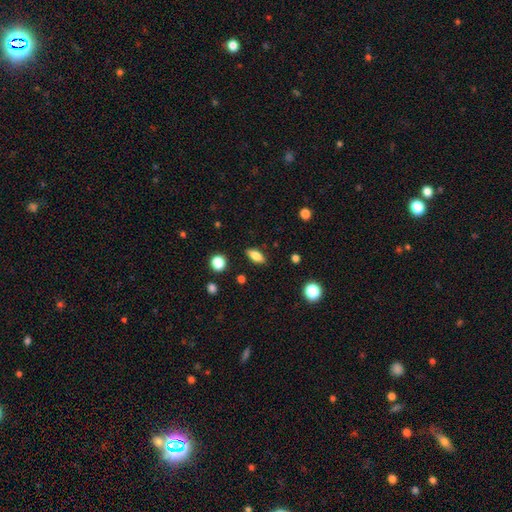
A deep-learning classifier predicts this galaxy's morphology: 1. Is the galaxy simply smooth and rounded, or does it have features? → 75% smooth, 16% featured or disk, 9% star or artifact.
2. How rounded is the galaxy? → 75% in between, 20% cigar-shaped, 5% round.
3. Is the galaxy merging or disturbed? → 86% none, 9% minor disturbance, 2% major disturbance, 2% merger.